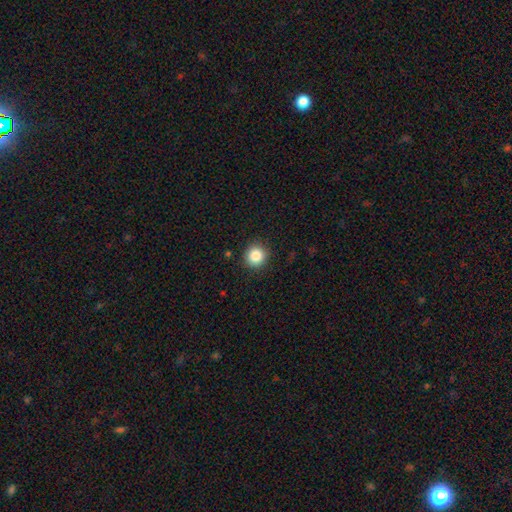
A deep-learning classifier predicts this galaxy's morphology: The model was most divided on "smooth or featured": smooth: 86%, star or artifact: 10%, featured or disk: 4%. More confident: how rounded — round (91%); merging — none (90%).